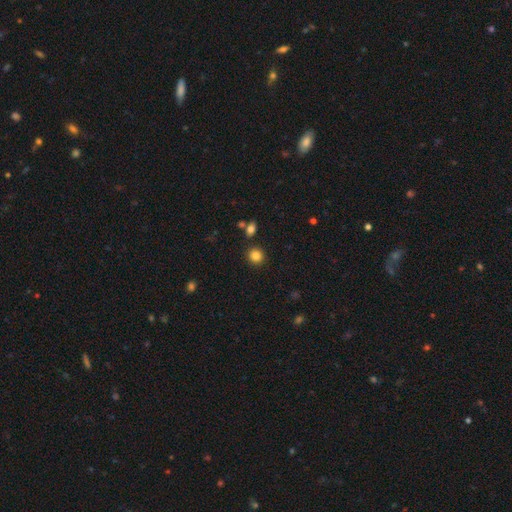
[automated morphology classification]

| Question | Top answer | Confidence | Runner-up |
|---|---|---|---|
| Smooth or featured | smooth | 85% | star or artifact (11%) |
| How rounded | round | 87% | in between (12%) |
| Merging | none | 87% | minor disturbance (6%) |